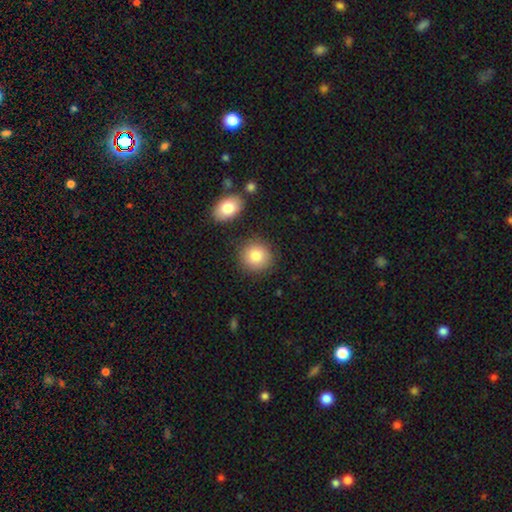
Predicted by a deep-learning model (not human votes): Morphology: type=smooth (84%); roundness=round (88%); merging=none (83%).